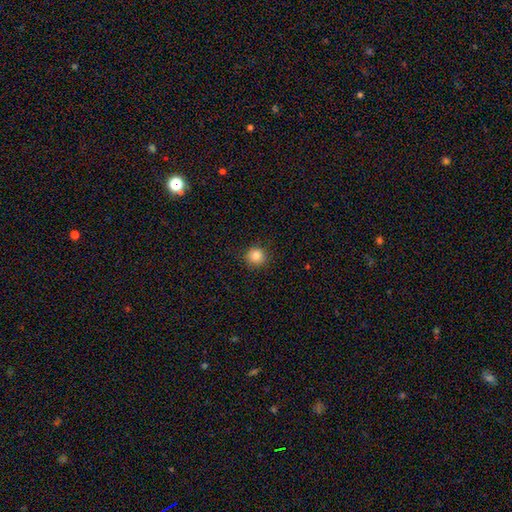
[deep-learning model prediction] This is clearly a smooth galaxy (84%). How rounded: clearly round (92%). Merging: clearly none (89%).